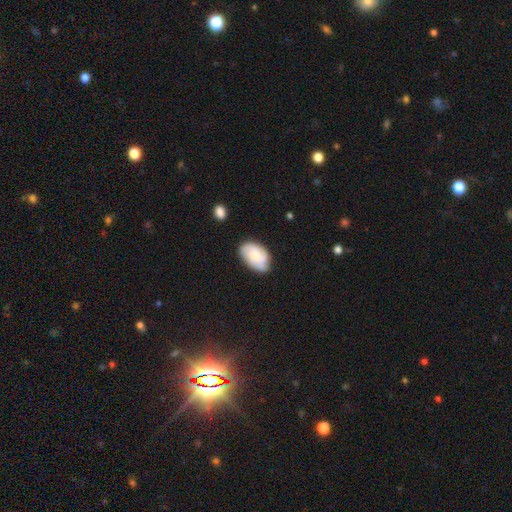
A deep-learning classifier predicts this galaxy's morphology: Overall: smooth (57%; featured or disk 36%). How rounded: in between (90%). Merging: none (67%).